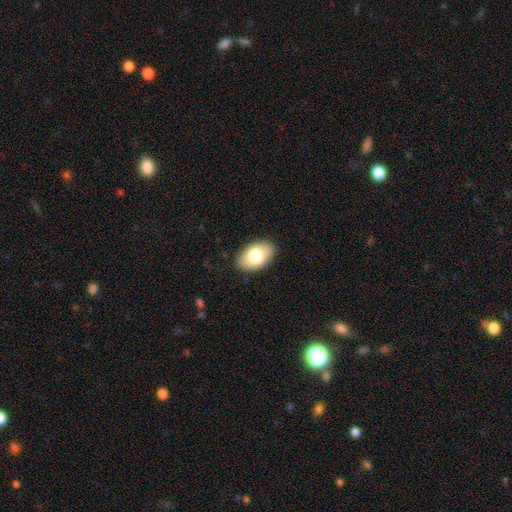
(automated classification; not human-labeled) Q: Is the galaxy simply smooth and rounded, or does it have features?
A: smooth — 75%.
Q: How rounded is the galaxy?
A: in between — 92%.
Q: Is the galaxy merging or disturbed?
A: none — 88%.